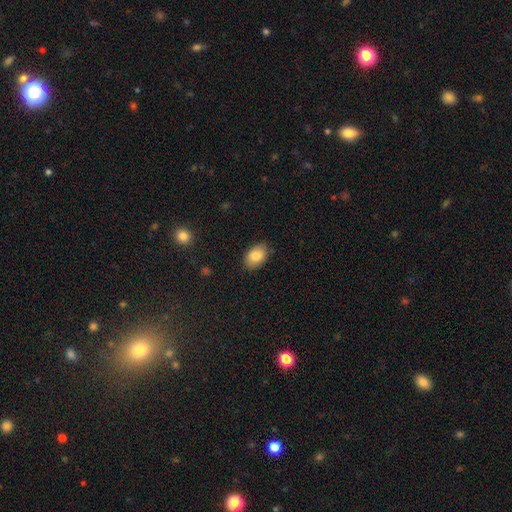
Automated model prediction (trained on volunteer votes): Overall: smooth (84%). How rounded: in between (89%). Merging: none (85%).